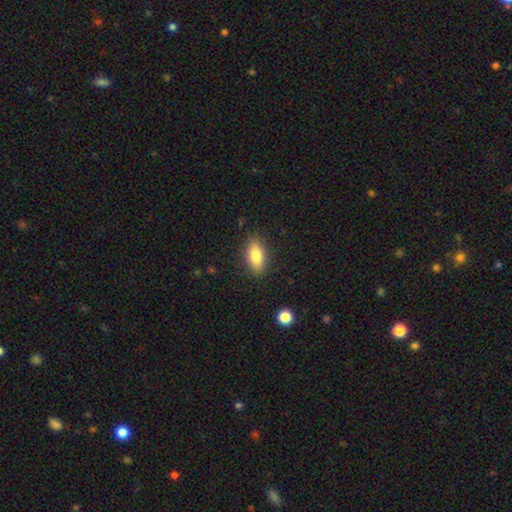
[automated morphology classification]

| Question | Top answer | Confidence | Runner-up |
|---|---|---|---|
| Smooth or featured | smooth | 80% | featured or disk (12%) |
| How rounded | in between | 83% | cigar-shaped (13%) |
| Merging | none | 86% | minor disturbance (10%) |